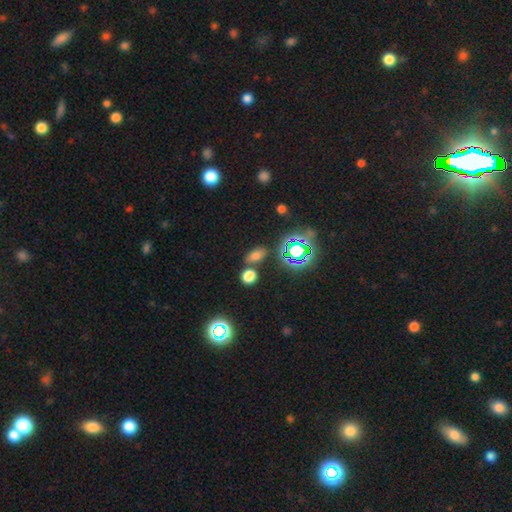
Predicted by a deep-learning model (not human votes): The model was most divided on "smooth or featured": smooth: 63%, star or artifact: 27%, featured or disk: 10%. More confident: how rounded — in between (79%); merging — none (71%).